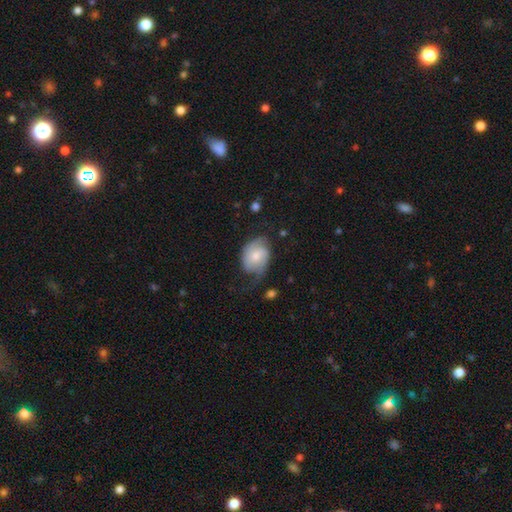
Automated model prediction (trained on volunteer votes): Smooth or featured?
  - featured or disk: 49% *
  - smooth: 44%
  - star or artifact: 7%
Merging?
  - none: 45% *
  - minor disturbance: 31%
  - major disturbance: 22%
  - merger: 2%